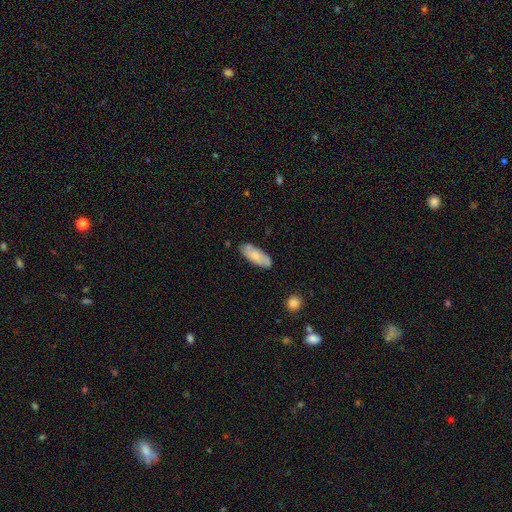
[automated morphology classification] This appears to be a smooth galaxy with no disk features (69%) that is in between round and cigar-shaped (76%). Merging: none (78%).